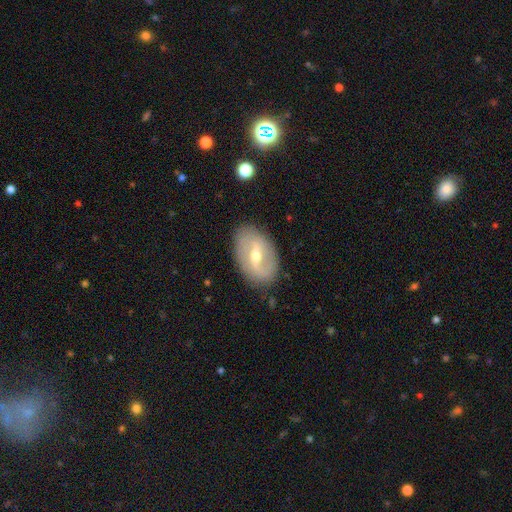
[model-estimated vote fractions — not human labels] This appears to be a featured or disk galaxy (69%) with a weak bar (50%), spiral arms (65%) and a moderate central bulge (63%). Merging: none (83%).